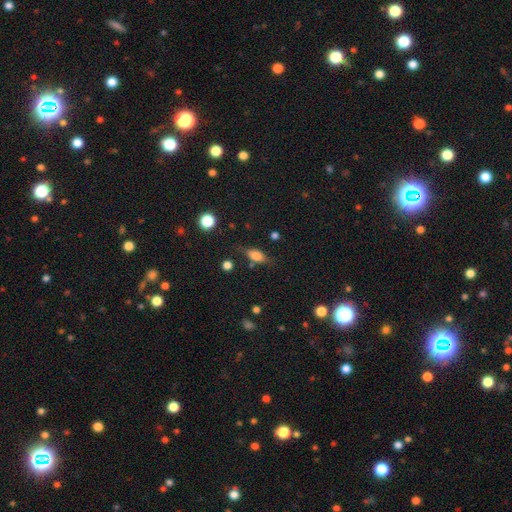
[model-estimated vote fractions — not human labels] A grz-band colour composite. It shows a smooth galaxy with no disk features (69%) that is in between round and cigar-shaped (76%). Merging: none (70%).